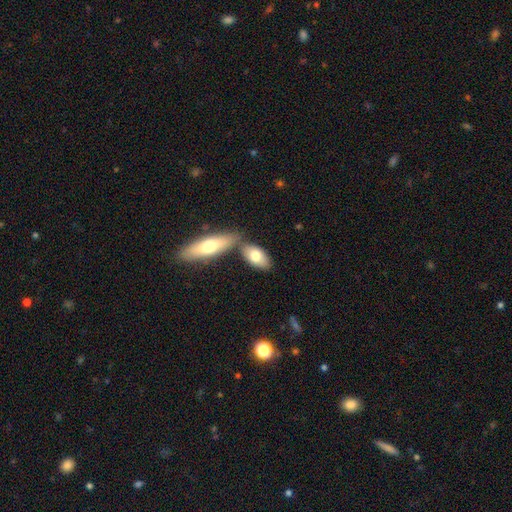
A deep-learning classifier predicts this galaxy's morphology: Overall: smooth (76%). How rounded: in between (88%). Merging: none (57%; merger 29%).